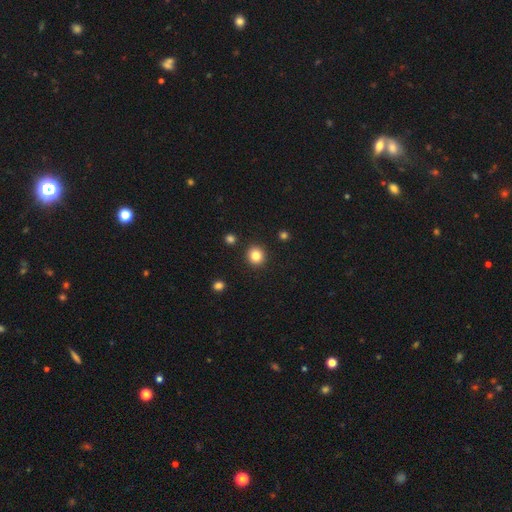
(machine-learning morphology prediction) Smooth or featured? Predicted: smooth (p=0.84). How rounded? Predicted: round (p=0.90). Merging? Predicted: none (p=0.91).